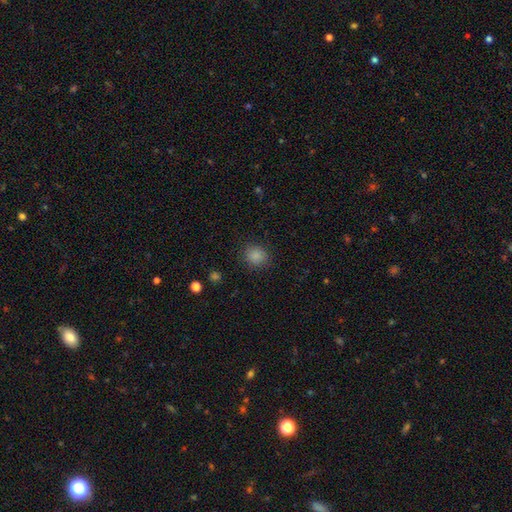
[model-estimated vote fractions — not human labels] smooth-or-featured: smooth: 86% | star or artifact: 11% | featured or disk: 4%
  how-rounded: round: 79% | in between: 20% | cigar-shaped: 1%
  merging: none: 87% | minor disturbance: 9% | major disturbance: 3% | merger: 1%